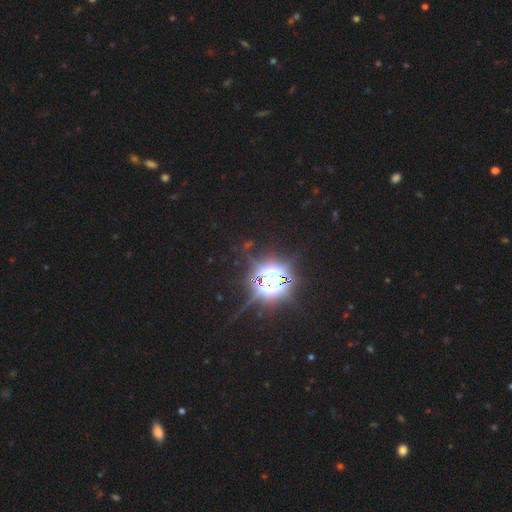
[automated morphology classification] The model was most divided on "smooth or featured": star or artifact: 85%, smooth: 9%, featured or disk: 6%.